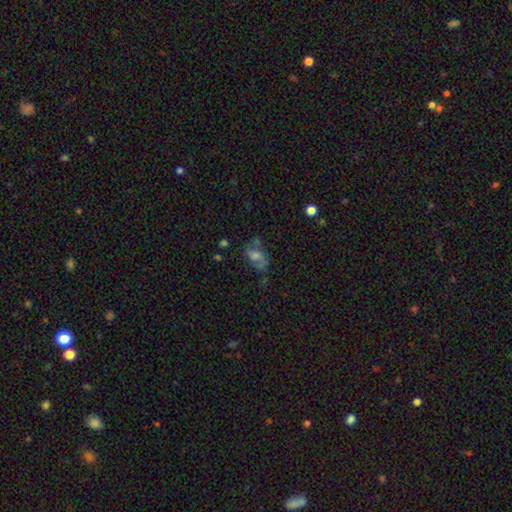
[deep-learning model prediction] Smooth or featured?
  - featured or disk: 45% *
  - smooth: 37%
  - star or artifact: 18%
Merging?
  - none: 54% *
  - minor disturbance: 23%
  - major disturbance: 16%
  - merger: 7%